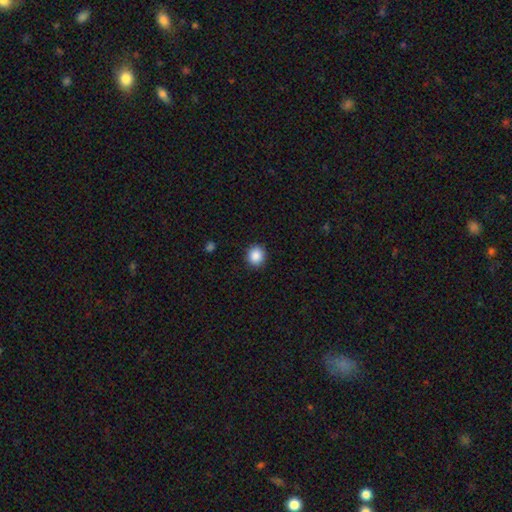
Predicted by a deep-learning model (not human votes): The model was most divided on "how rounded": round: 84%, in between: 15%, cigar-shaped: 1%. More confident: merging — none (91%); smooth or featured — smooth (88%).